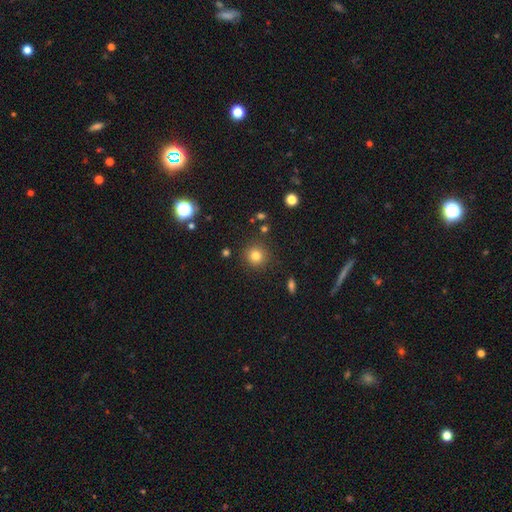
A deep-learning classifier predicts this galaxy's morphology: Overall: smooth (80%). How rounded: round (92%). Merging: none (89%).